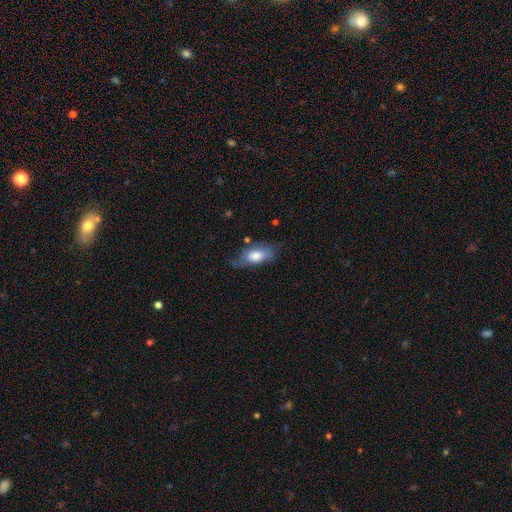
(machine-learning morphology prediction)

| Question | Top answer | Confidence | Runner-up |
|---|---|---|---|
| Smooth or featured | smooth | 70% | featured or disk (23%) |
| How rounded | in between | 85% | cigar-shaped (12%) |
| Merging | none | 54% | minor disturbance (31%) |